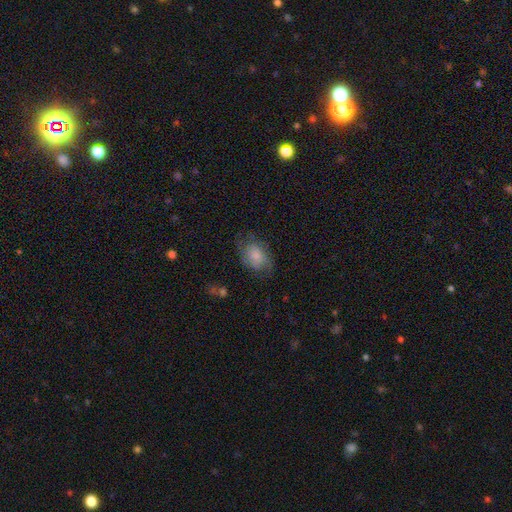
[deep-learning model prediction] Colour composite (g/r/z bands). It shows a smooth galaxy with no disk features (61%) that is in between round and cigar-shaped (77%). Merging: none (55%).